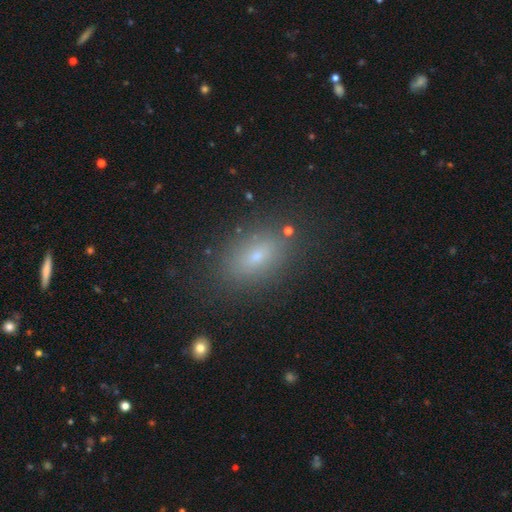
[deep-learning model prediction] smooth-or-featured: smooth: 68% | star or artifact: 17% | featured or disk: 15%
  how-rounded: in between: 82% | round: 12% | cigar-shaped: 6%
  merging: none: 83% | minor disturbance: 11% | major disturbance: 4% | merger: 2%